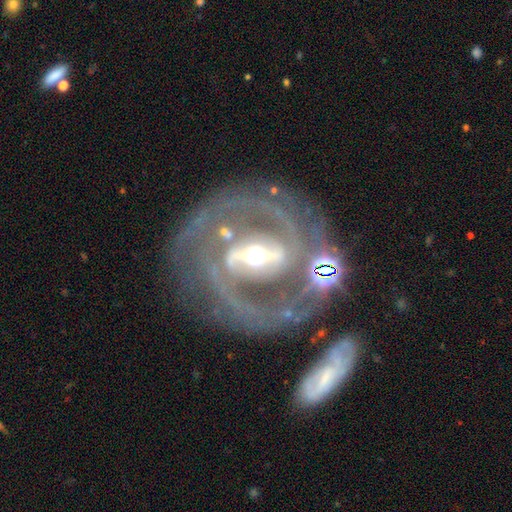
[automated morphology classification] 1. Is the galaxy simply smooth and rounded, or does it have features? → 91% featured or disk, 5% star or artifact, 4% smooth.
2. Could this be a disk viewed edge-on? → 96% no, 4% yes.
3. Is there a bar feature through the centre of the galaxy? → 64% strong, 28% weak, 8% no.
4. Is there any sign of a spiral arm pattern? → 97% yes, 3% no.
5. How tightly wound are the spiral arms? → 48% tight, 44% medium, 8% loose.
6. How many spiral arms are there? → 81% 2, 7% 3, 5% can't tell, 2% 4, 2% 1, 2% more than 4.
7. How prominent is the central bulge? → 62% moderate, 28% small, 8% large, 1% dominant, 1% none.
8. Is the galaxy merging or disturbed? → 69% none, 15% minor disturbance, 8% merger, 8% major disturbance.